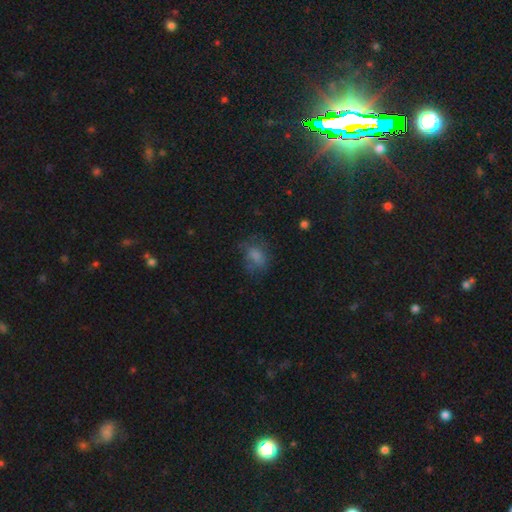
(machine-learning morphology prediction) Smooth or featured: smooth — 68% (featured or disk — 18%)
How rounded: in between — 67% (round — 32%)
Merging: none — 54% (minor disturbance — 25%)